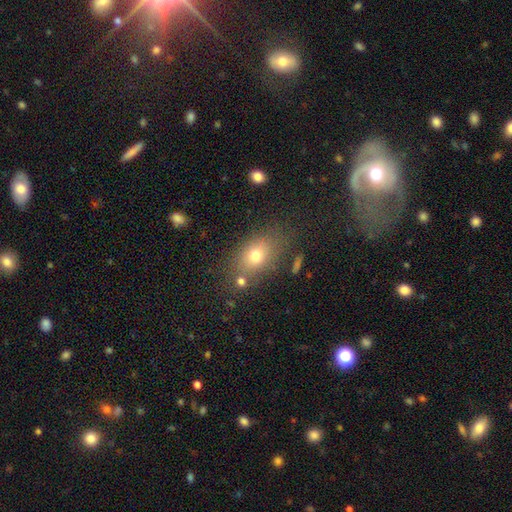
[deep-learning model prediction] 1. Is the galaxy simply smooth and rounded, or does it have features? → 73% smooth, 15% featured or disk, 13% star or artifact.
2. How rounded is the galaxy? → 76% in between, 21% round, 3% cigar-shaped.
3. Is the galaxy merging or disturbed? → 70% none, 15% minor disturbance, 8% merger, 6% major disturbance.